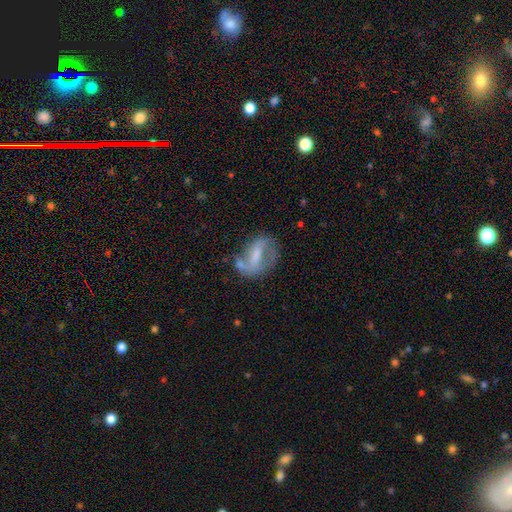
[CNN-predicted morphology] Smooth or featured?
  - featured or disk: 65% *
  - smooth: 27%
  - star or artifact: 8%
Edge-on disk?
  - no: 96% *
  - yes: 4%
Bar?
  - weak: 42% *
  - strong: 36%
  - no: 21%
Spiral arms?
  - yes: 73% *
  - no: 27%
Bulge size?
  - none: 32% *
  - moderate: 31%
  - small: 26%
  - large: 9%
  - dominant: 2%
Merging?
  - none: 48% *
  - minor disturbance: 23%
  - major disturbance: 19%
  - merger: 9%